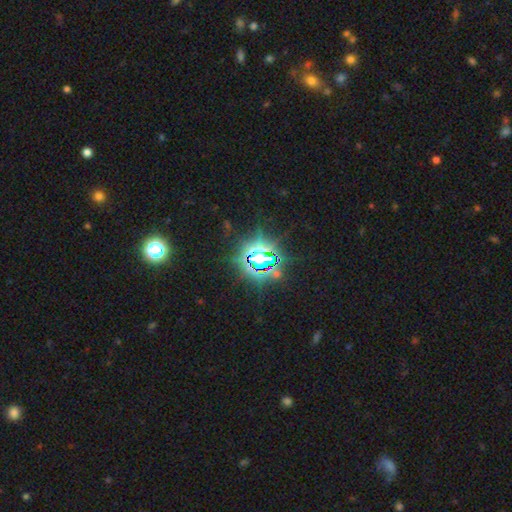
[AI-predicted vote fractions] This appears to be a star or artifact, not a galaxy (77%).